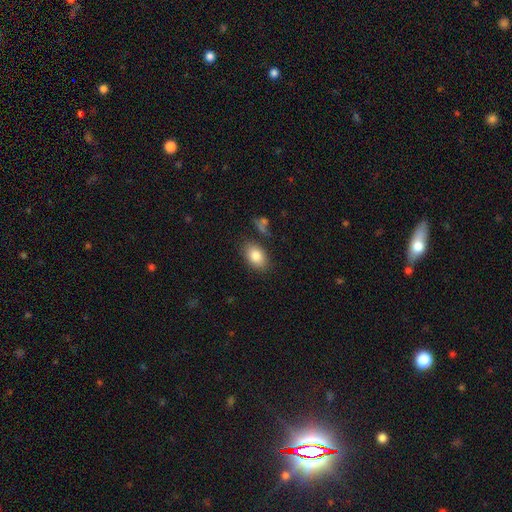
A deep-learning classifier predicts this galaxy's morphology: Smooth or featured?
  - smooth: 84% *
  - featured or disk: 8%
  - star or artifact: 8%
How rounded?
  - in between: 87% *
  - round: 11%
  - cigar-shaped: 1%
Merging?
  - none: 80% *
  - minor disturbance: 13%
  - major disturbance: 4%
  - merger: 3%